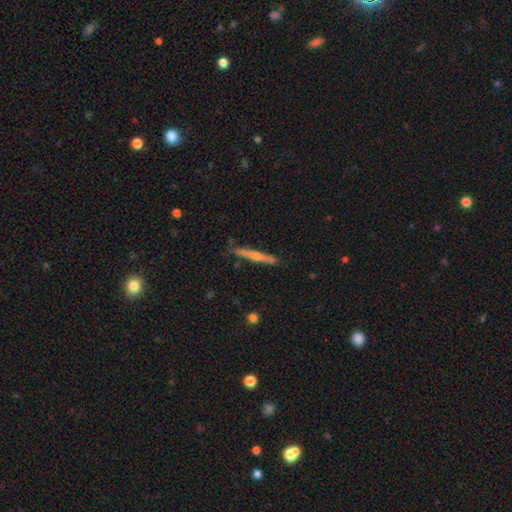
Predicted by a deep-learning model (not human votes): Smooth or featured: featured or disk — 54% (smooth — 40%)
Edge-on disk: yes — 97% (no — 3%)
Edge-on bulge: rounded — 67% (none — 24%)
Merging: none — 85% (minor disturbance — 11%)